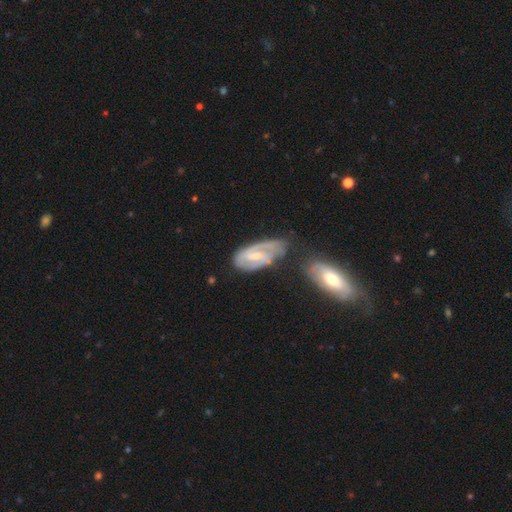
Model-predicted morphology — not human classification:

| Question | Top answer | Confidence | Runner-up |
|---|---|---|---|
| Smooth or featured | featured or disk | 80% | smooth (15%) |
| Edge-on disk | no | 95% | yes (5%) |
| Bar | weak | 53% | strong (24%) |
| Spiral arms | yes | 90% | no (10%) |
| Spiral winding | medium | 44% | tight (40%) |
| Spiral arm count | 2 | 70% | can't tell (15%) |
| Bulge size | small | 53% | moderate (33%) |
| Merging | none | 49% | minor disturbance (24%) |